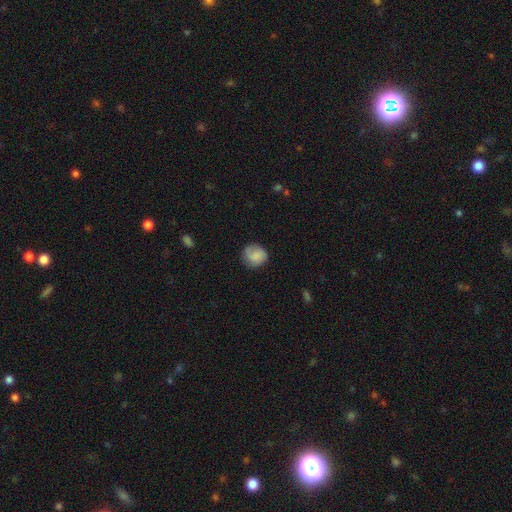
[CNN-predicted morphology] Smooth or featured?
  - smooth: 77% *
  - featured or disk: 15%
  - star or artifact: 8%
How rounded?
  - round: 83% *
  - in between: 16%
  - cigar-shaped: 1%
Merging?
  - none: 72% *
  - minor disturbance: 20%
  - major disturbance: 7%
  - merger: 1%